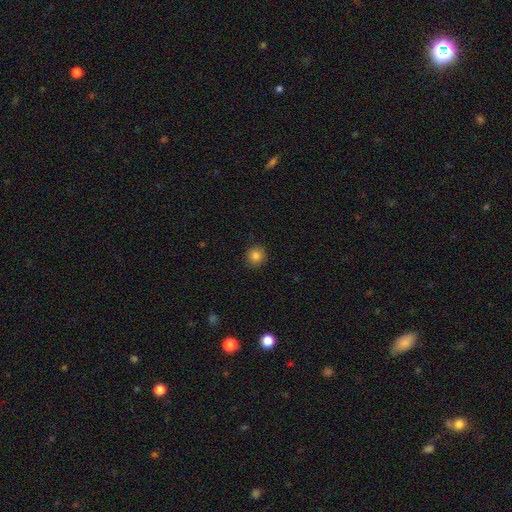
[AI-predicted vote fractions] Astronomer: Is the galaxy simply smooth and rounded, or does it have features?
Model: smooth — 83%.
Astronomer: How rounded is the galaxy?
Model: round — 92%.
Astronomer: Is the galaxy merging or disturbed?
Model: none — 91%.